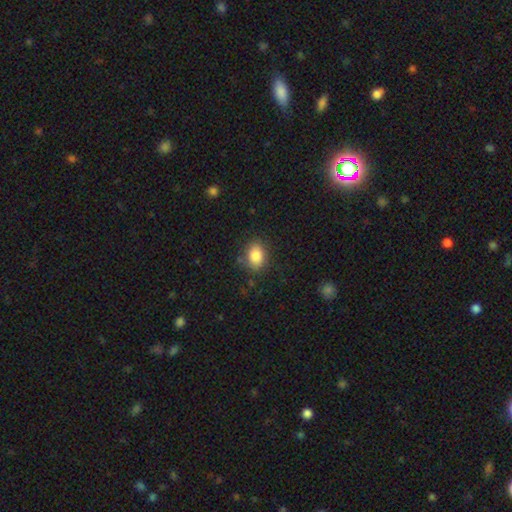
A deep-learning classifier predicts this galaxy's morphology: smooth 84%, star or artifact 9%, featured or disk 7%. Down the decision tree: how rounded — in between (70%); merging — none (83%).